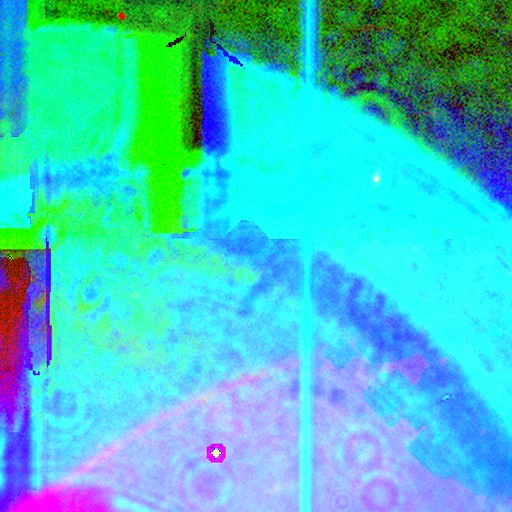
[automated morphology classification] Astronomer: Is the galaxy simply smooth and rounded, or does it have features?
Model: star or artifact — 87%.